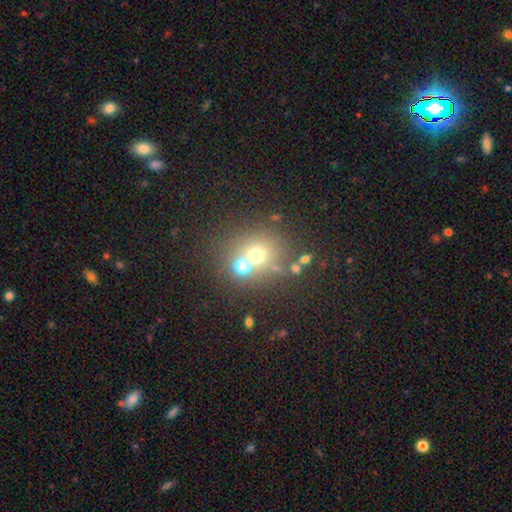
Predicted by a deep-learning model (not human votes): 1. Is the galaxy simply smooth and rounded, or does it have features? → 62% smooth, 23% star or artifact, 15% featured or disk.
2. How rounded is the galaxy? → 85% round, 14% in between, 1% cigar-shaped.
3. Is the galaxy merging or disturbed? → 60% none, 25% merger, 9% minor disturbance, 5% major disturbance.